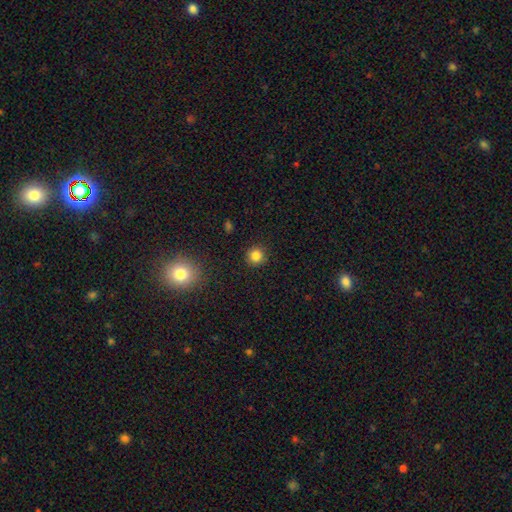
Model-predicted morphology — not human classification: This is clearly a smooth galaxy (83%). How rounded: clearly round (94%). Merging: clearly none (91%).